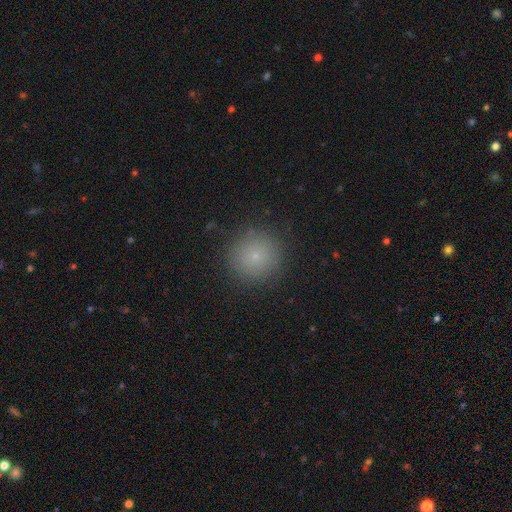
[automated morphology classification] This is likely a smooth galaxy (76%). How rounded: clearly round (93%). Merging: clearly none (88%).